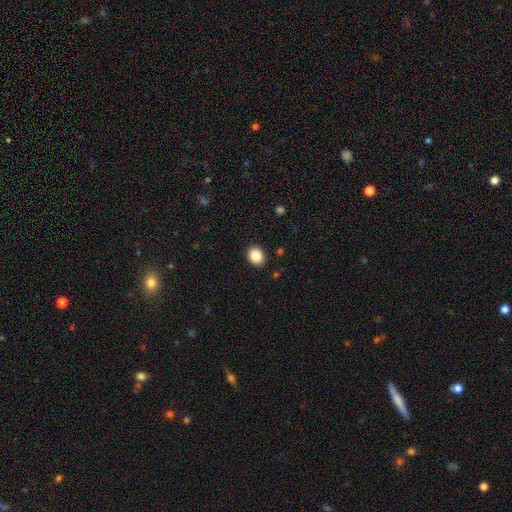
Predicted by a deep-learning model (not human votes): A smooth galaxy with no disk features (87%) that is round (50%). Merging: none (90%).